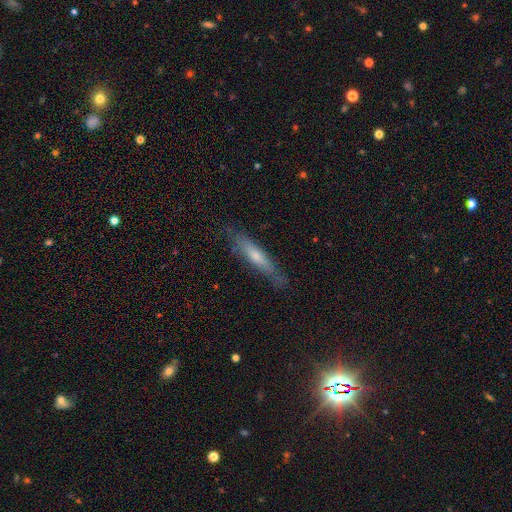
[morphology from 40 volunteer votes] This appears to be a featured or disk galaxy (50%) viewed edge-on (80%) with a rounded central bulge (50%). Merging: none (84%).